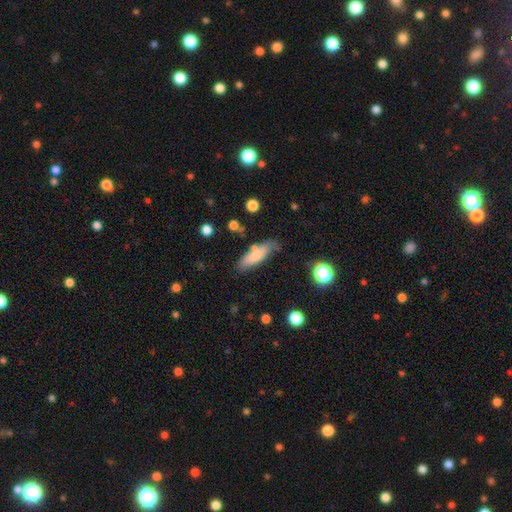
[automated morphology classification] Smooth or featured? Predicted: smooth (p=0.73). How rounded? Predicted: cigar-shaped (p=0.51). Merging? Predicted: none (p=0.63).